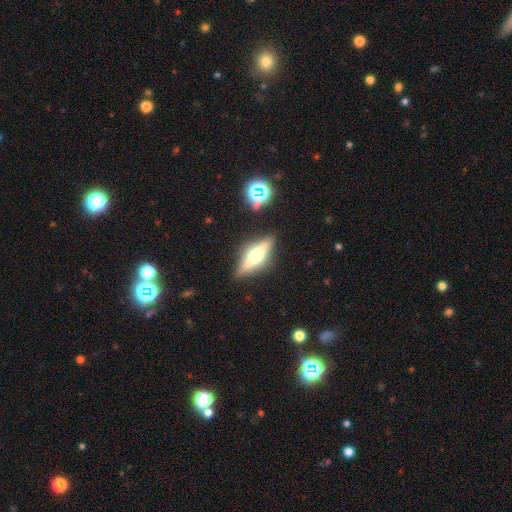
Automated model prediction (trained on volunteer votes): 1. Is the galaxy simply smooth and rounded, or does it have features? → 66% featured or disk, 26% smooth, 9% star or artifact.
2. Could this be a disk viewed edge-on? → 94% yes, 6% no.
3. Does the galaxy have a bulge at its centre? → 93% rounded, 5% boxy, 2% none.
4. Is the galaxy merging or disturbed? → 86% none, 9% minor disturbance, 3% major disturbance, 2% merger.